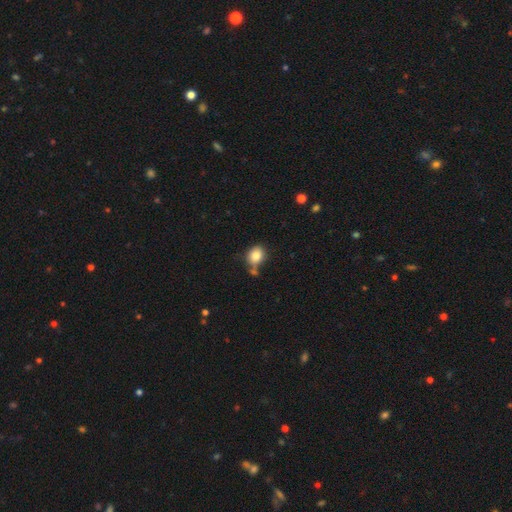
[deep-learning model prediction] Smooth or featured? smooth (82%)
How rounded? round (57%)
Merging? none (60%)